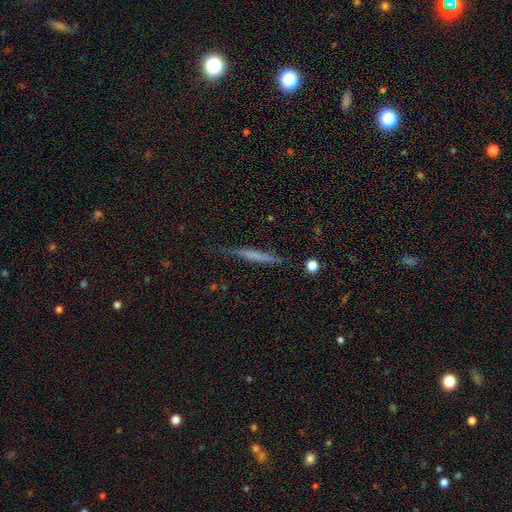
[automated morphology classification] The model was most divided on "smooth or featured": smooth: 51%, featured or disk: 42%, star or artifact: 7%. More confident: how rounded — cigar-shaped (96%); merging — none (82%).